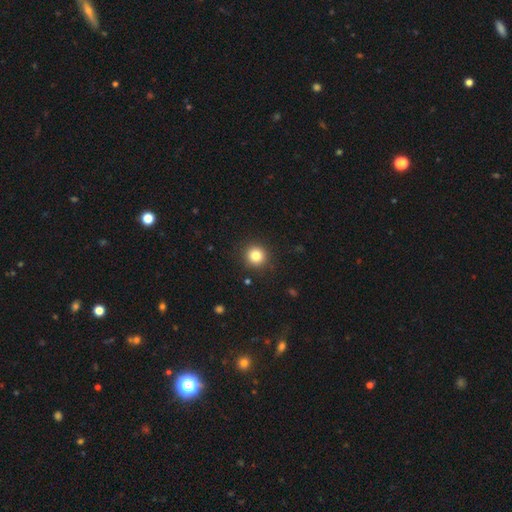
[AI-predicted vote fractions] Smooth or featured: smooth — 82% (star or artifact — 12%)
How rounded: round — 93% (in between — 6%)
Merging: none — 91% (minor disturbance — 6%)